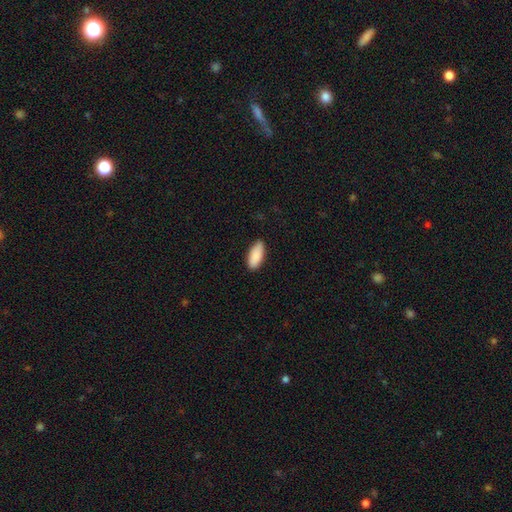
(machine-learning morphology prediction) This is clearly a smooth galaxy (90%). How rounded: clearly in between (85%). Merging: clearly none (87%).